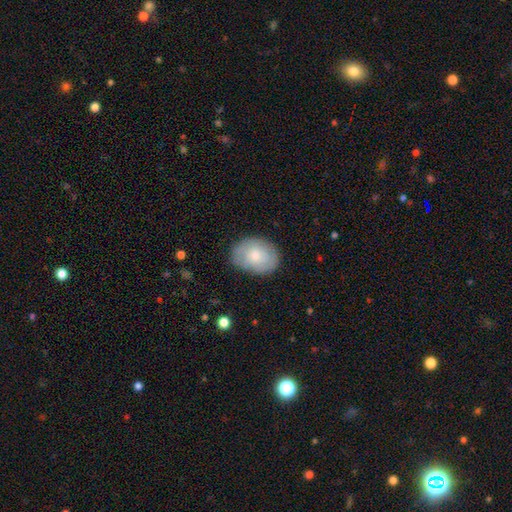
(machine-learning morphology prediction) type=smooth (62%); roundness=in between (70%); merging=none (81%).